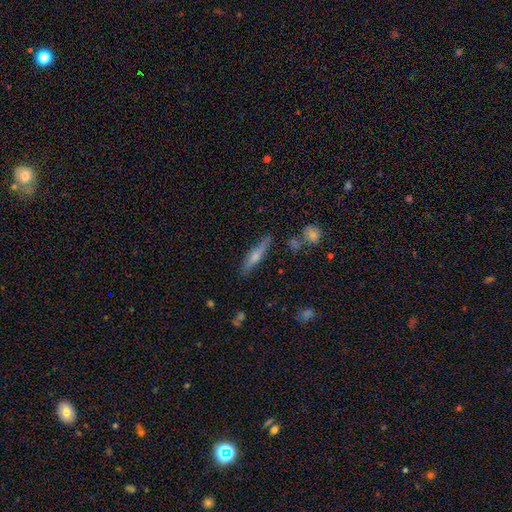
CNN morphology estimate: Smooth or featured?
  - smooth: 50% *
  - featured or disk: 43%
  - star or artifact: 7%
Merging?
  - none: 82% *
  - minor disturbance: 12%
  - merger: 3%
  - major disturbance: 3%